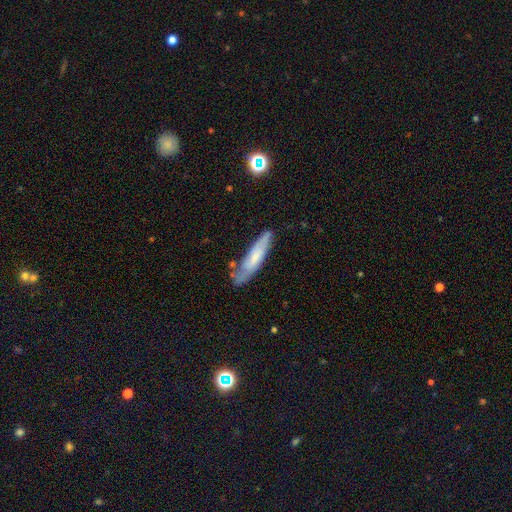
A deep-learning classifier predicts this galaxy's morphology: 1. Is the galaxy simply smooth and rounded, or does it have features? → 54% smooth, 40% featured or disk, 7% star or artifact.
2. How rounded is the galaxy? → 79% cigar-shaped, 20% in between, 1% round.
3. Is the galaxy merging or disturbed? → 62% none, 26% minor disturbance, 7% major disturbance, 5% merger.